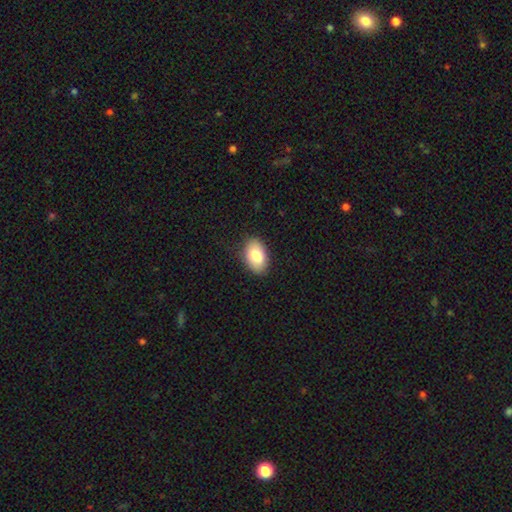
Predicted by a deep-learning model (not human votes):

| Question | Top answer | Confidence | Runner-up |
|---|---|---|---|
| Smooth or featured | smooth | 82% | featured or disk (11%) |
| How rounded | in between | 91% | round (8%) |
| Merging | none | 87% | minor disturbance (10%) |